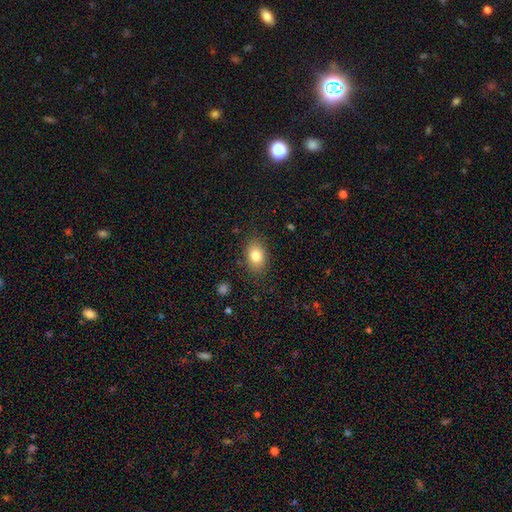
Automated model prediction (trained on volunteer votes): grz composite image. It shows a smooth galaxy with no disk features (81%) that is in between round and cigar-shaped (79%). Merging: none (84%).